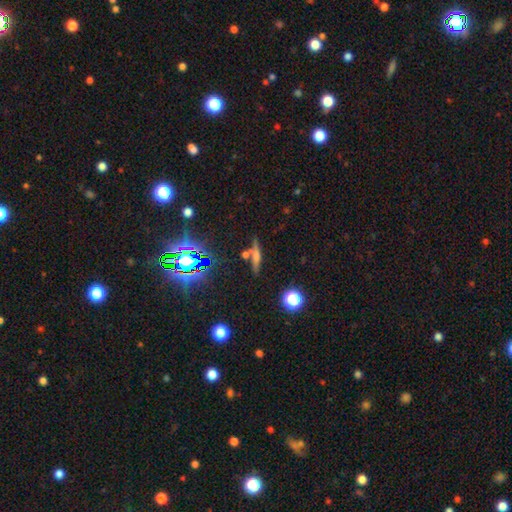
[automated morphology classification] smooth-or-featured: featured or disk: 41% | smooth: 35% | star or artifact: 24%
  merging: none: 72% | minor disturbance: 13% | merger: 10% | major disturbance: 5%